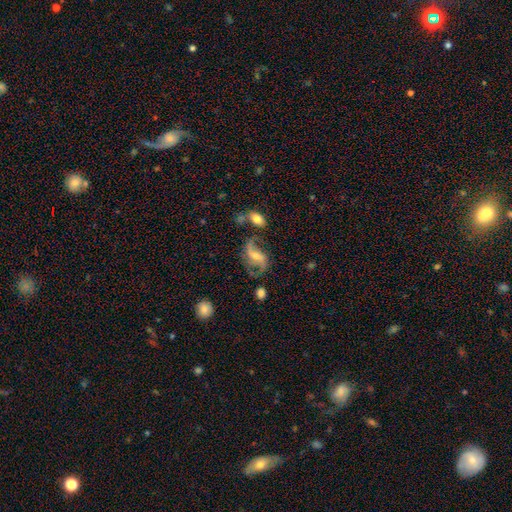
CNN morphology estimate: smooth_or_featured: featured or disk (p=0.82) [alt: smooth p=0.11]
disk_edge_on: no (p=0.97) [alt: yes p=0.03]
bar: weak (p=0.40) [alt: strong p=0.30]
has_spiral_arms: yes (p=0.95) [alt: no p=0.05]
spiral_winding: loose (p=0.69) [alt: medium p=0.25]
spiral_arm_count: 2 (p=0.89) [alt: can't tell p=0.03]
bulge_size: small (p=0.49) [alt: moderate p=0.43]
merging: none (p=0.61) [alt: minor disturbance p=0.19]